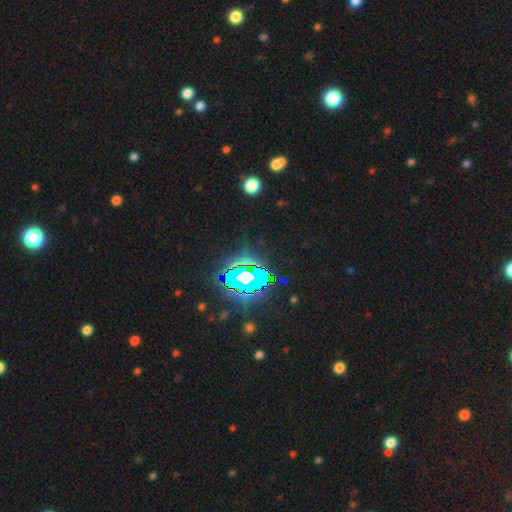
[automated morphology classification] Smooth or featured? star or artifact (80%)